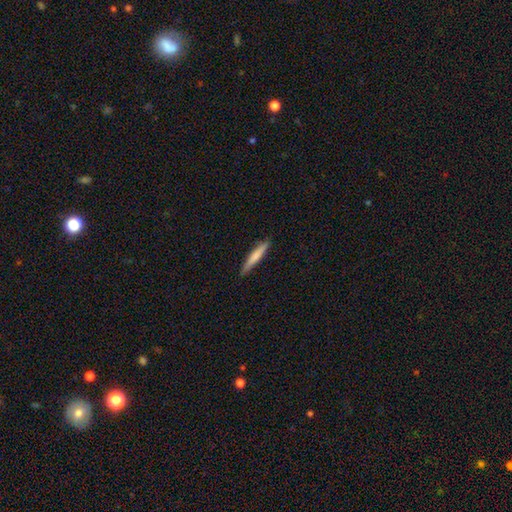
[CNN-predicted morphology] Smooth or featured? Predicted: smooth (p=0.66). How rounded? Predicted: cigar-shaped (p=0.94). Merging? Predicted: none (p=0.89).